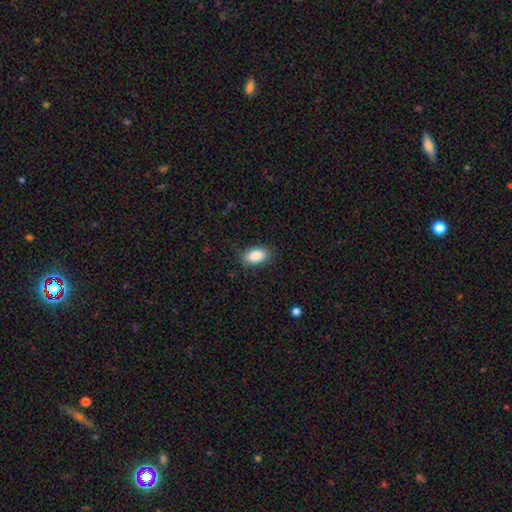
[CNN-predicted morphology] A smooth galaxy with no disk features (89%) that is in between round and cigar-shaped (93%).

Vote fractions:
- Smooth or featured? smooth: 89% / star or artifact: 7% / featured or disk: 4%
- How rounded? in between: 93% / round: 5% / cigar-shaped: 2%
- Merging? none: 86% / minor disturbance: 10% / major disturbance: 3% / merger: 1%